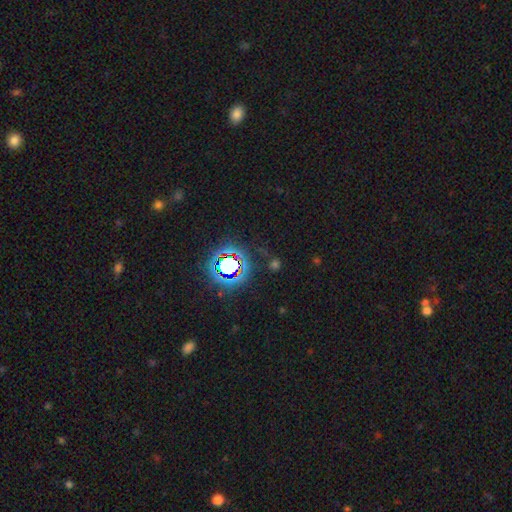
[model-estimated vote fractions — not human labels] Smooth or featured?
  - star or artifact: 79% *
  - smooth: 13%
  - featured or disk: 8%